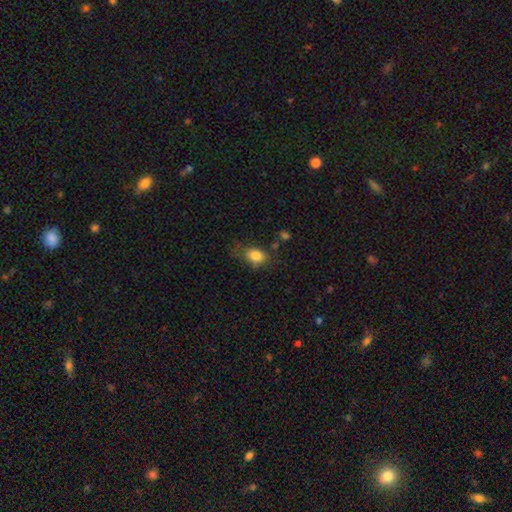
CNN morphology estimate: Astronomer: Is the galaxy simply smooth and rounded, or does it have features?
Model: smooth — 83%.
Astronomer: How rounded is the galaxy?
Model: in between — 74%.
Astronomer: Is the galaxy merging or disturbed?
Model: none — 57%.